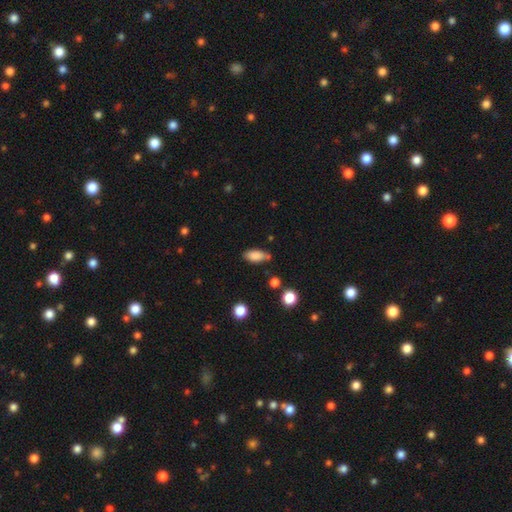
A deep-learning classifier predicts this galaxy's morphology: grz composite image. It shows a smooth galaxy with no disk features (85%) that is in between round and cigar-shaped (87%). Merging: none (68%).